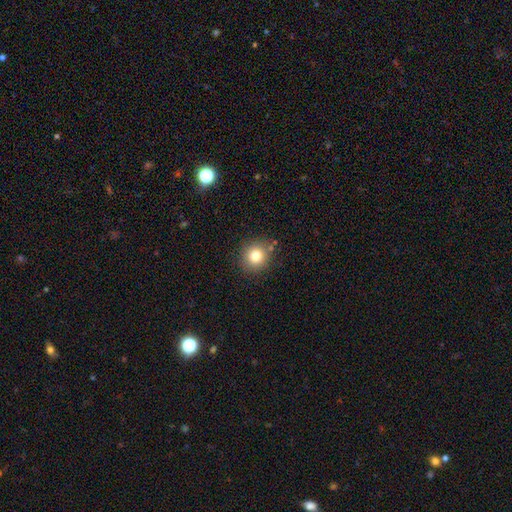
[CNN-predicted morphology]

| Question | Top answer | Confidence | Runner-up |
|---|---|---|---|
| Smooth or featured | smooth | 81% | star or artifact (12%) |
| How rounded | round | 89% | in between (10%) |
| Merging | none | 84% | minor disturbance (10%) |